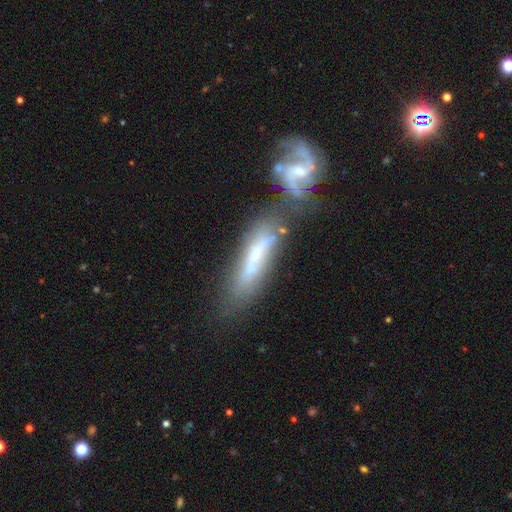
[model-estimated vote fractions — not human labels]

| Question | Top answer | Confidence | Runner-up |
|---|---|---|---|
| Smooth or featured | featured or disk | 59% | smooth (33%) |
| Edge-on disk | no | 60% | yes (40%) |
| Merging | merger | 38% | none (35%) |